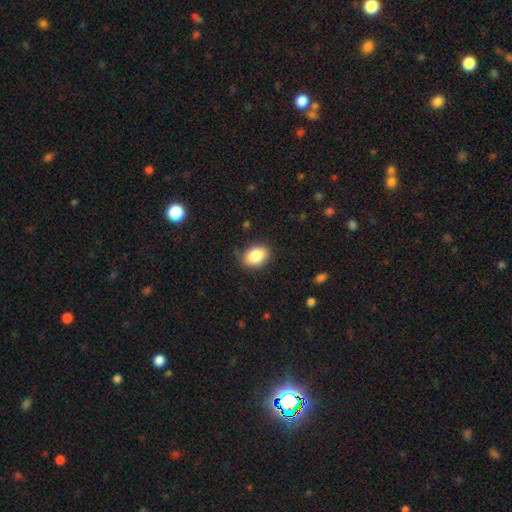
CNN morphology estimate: Smooth or featured? Predicted: smooth (p=0.86). How rounded? Predicted: in between (p=0.76). Merging? Predicted: none (p=0.85).